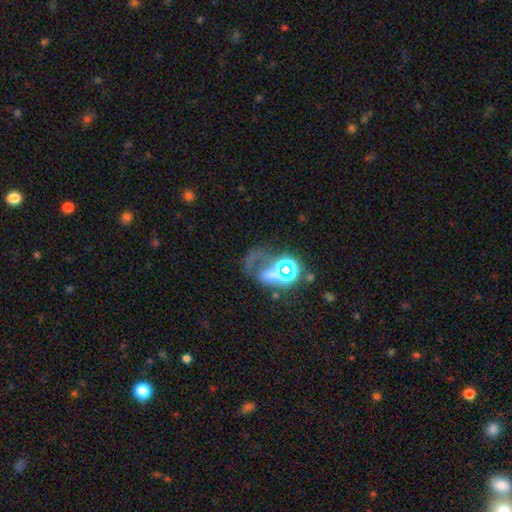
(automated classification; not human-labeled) Overall: featured or disk (46%; smooth 33%). Merging: major disturbance (39%; merger 35%).